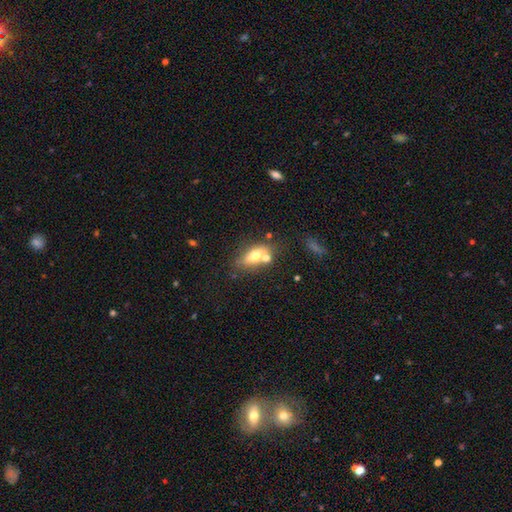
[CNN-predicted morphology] Smooth or featured? smooth (63%)
How rounded? in between (78%)
Merging? none (48%)